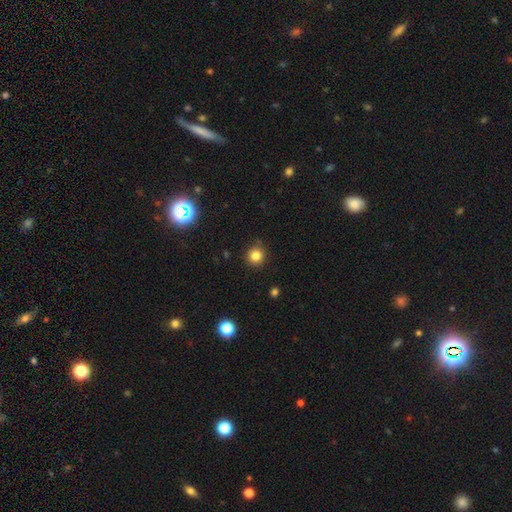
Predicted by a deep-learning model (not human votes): The model was most divided on "smooth or featured": smooth: 81%, star or artifact: 14%, featured or disk: 5%. More confident: how rounded — round (93%); merging — none (88%).